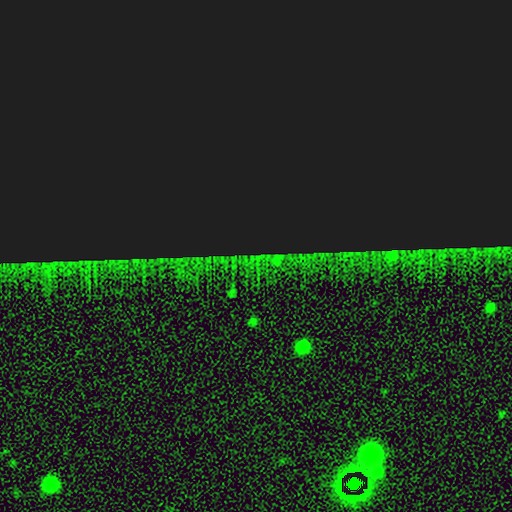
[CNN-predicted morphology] Smooth or featured: star or artifact — 87% (smooth — 7%)